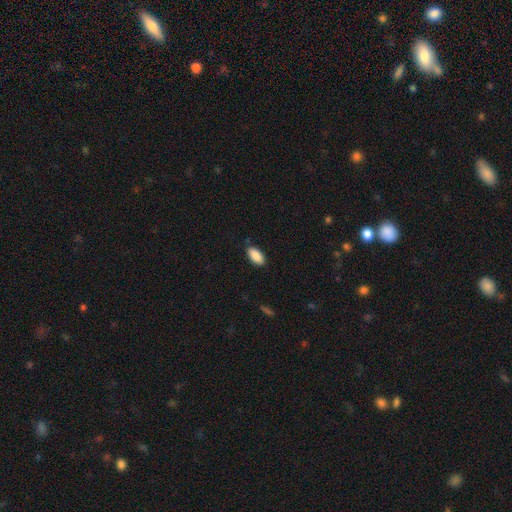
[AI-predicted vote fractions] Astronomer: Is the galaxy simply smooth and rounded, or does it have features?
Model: smooth — 89%.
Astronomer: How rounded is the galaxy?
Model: in between — 91%.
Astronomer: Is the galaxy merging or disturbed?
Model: none — 85%.